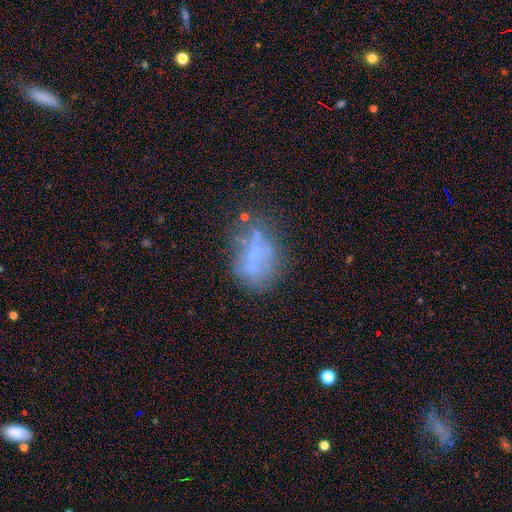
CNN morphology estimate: Smooth or featured? smooth (44%)
Merging? none (46%)